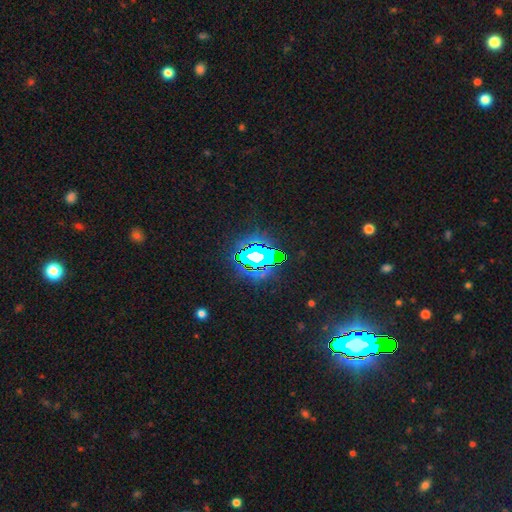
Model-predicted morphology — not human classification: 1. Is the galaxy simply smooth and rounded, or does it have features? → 65% star or artifact, 18% smooth, 17% featured or disk.